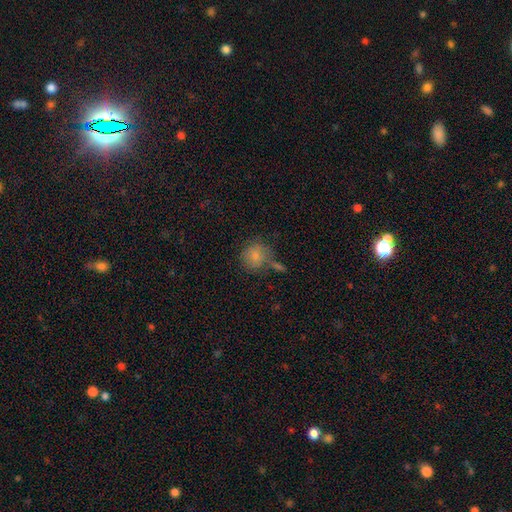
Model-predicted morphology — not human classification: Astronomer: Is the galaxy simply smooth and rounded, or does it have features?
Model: smooth — 82%.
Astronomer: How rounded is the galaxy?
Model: round — 80%.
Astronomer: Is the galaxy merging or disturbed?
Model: none — 57%.